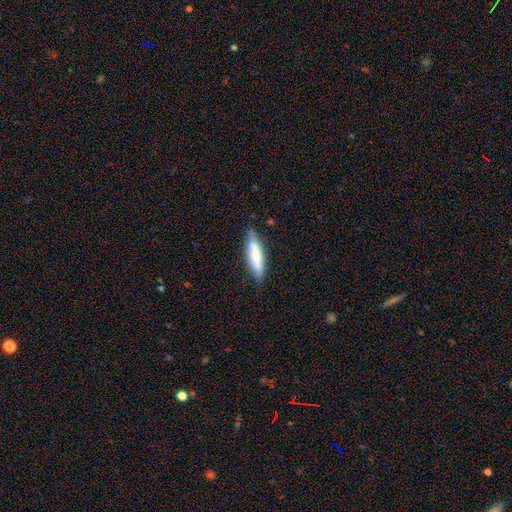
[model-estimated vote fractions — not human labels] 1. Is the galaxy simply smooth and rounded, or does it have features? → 60% smooth, 34% featured or disk, 6% star or artifact.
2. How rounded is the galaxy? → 61% cigar-shaped, 37% in between, 2% round.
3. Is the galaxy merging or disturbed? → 68% none, 23% minor disturbance, 5% major disturbance, 4% merger.